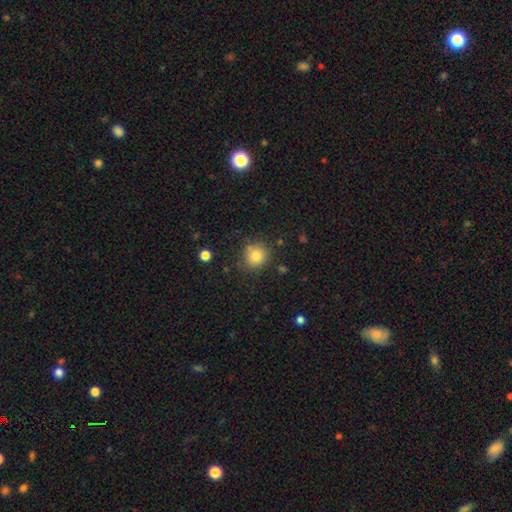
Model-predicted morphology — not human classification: smooth_or_featured: smooth (p=0.82) [alt: star or artifact p=0.11]
how_rounded: round (p=0.89) [alt: in between p=0.10]
merging: none (p=0.81) [alt: minor disturbance p=0.12]